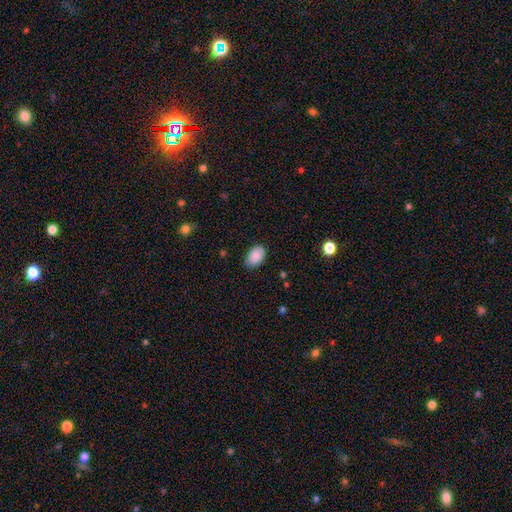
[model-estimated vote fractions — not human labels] Morphology: type=smooth (88%); roundness=in between (89%); merging=none (80%).